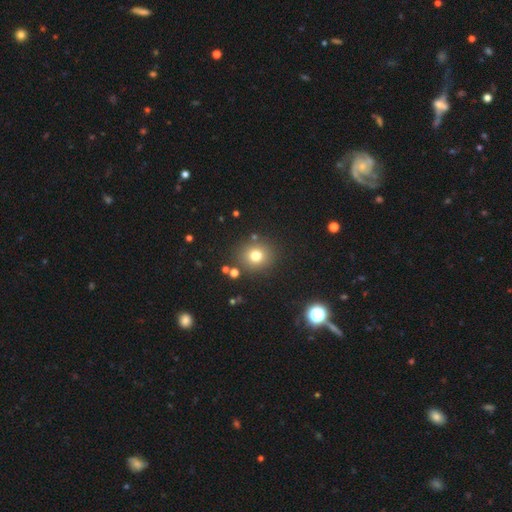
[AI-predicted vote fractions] smooth-or-featured: smooth: 75% | star or artifact: 17% | featured or disk: 9%
  how-rounded: round: 86% | in between: 13% | cigar-shaped: 1%
  merging: none: 86% | minor disturbance: 7% | merger: 4% | major disturbance: 3%